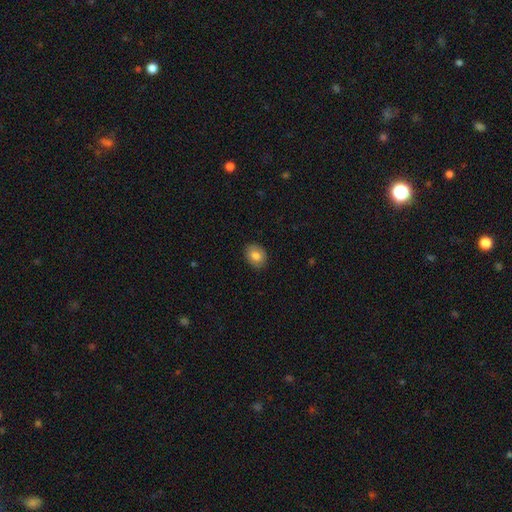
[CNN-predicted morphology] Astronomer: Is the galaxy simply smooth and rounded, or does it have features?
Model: smooth — 81%.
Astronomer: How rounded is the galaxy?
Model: in between — 59% (runner-up: round, 40%).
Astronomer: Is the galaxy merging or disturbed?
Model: none — 87%.